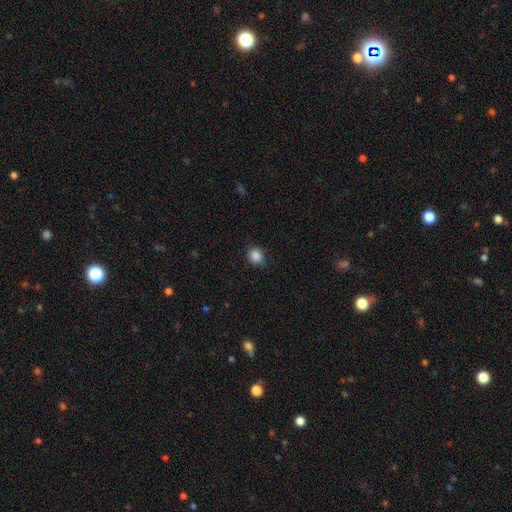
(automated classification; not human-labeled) smooth_or_featured: smooth (p=0.87) [alt: star or artifact p=0.10]
how_rounded: round (p=0.65) [alt: in between p=0.34]
merging: none (p=0.83) [alt: minor disturbance p=0.13]